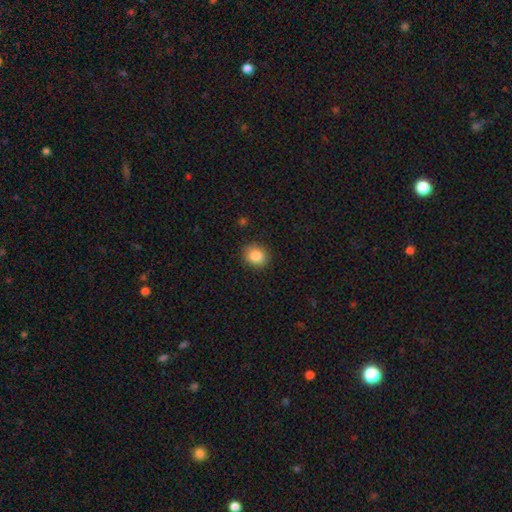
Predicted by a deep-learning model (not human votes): Smooth or featured: smooth — 85% (star or artifact — 9%)
How rounded: round — 73% (in between — 26%)
Merging: none — 88% (minor disturbance — 9%)